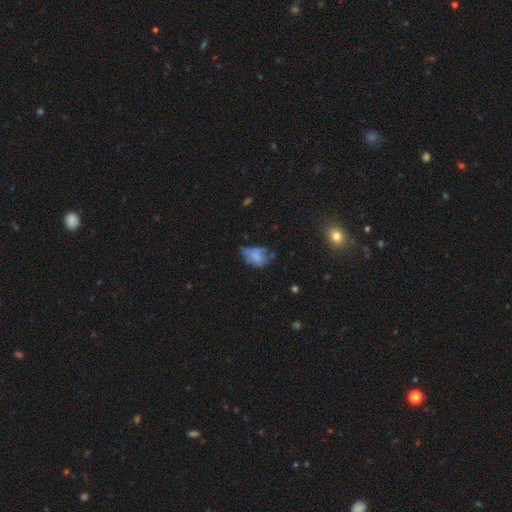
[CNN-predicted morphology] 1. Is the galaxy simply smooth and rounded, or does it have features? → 56% smooth, 31% featured or disk, 13% star or artifact.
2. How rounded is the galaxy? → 75% in between, 23% round, 2% cigar-shaped.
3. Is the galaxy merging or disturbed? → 32% minor disturbance, 29% none, 29% major disturbance, 10% merger.